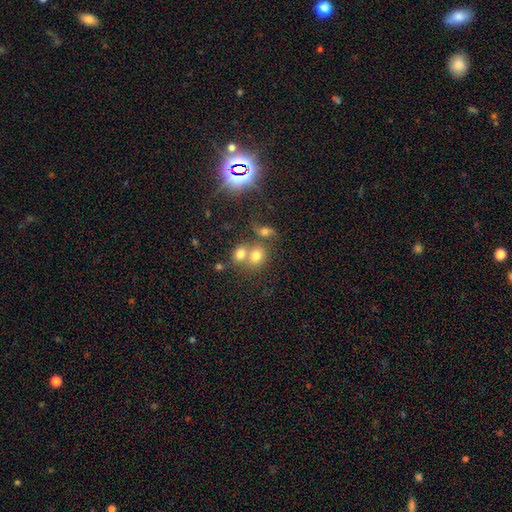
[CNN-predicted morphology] Smooth or featured? smooth (70%)
How rounded? round (62%)
Merging? merger (51%)